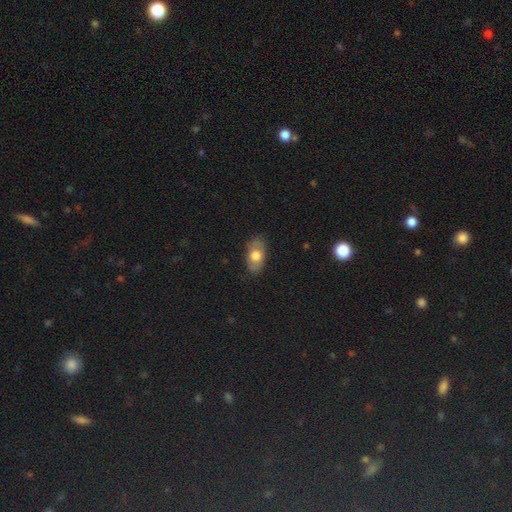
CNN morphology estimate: The model was most divided on "smooth or featured": smooth: 70%, featured or disk: 23%, star or artifact: 7%. More confident: how rounded — in between (90%); merging — none (82%).